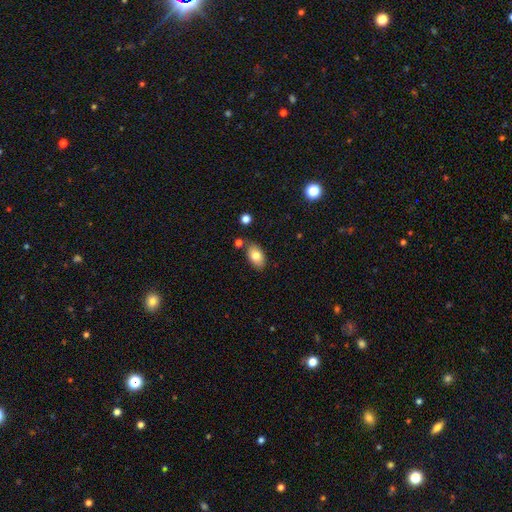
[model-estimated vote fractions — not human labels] Smooth or featured: smooth — 80% (featured or disk — 12%)
How rounded: in between — 91% (round — 7%)
Merging: none — 79% (minor disturbance — 13%)